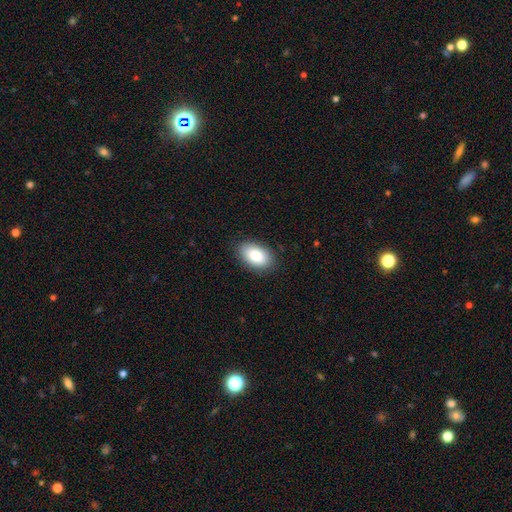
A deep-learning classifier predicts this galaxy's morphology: type=smooth (84%); roundness=in between (92%); merging=none (87%).